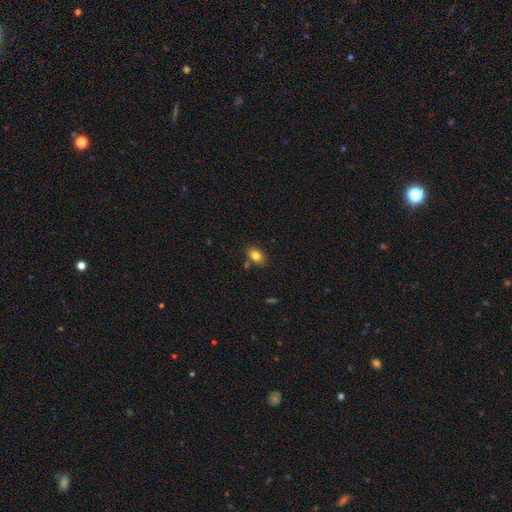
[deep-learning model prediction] This is clearly a smooth galaxy (81%). How rounded: likely in between (77%). Merging: likely none (77%).